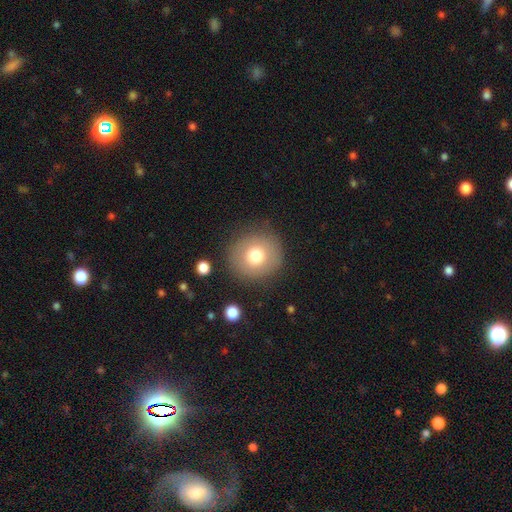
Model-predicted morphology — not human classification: smooth 74%, featured or disk 16%, star or artifact 10%. Down the decision tree: how rounded — round (93%); merging — none (86%).